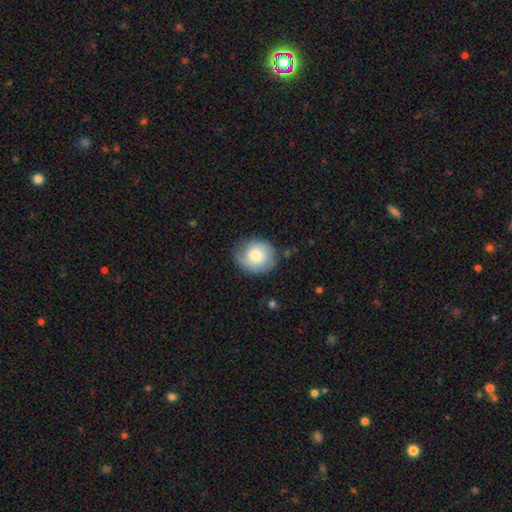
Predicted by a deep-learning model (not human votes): The model was most divided on "smooth or featured": smooth: 66%, featured or disk: 27%, star or artifact: 7%. More confident: how rounded — round (83%); merging — none (70%).